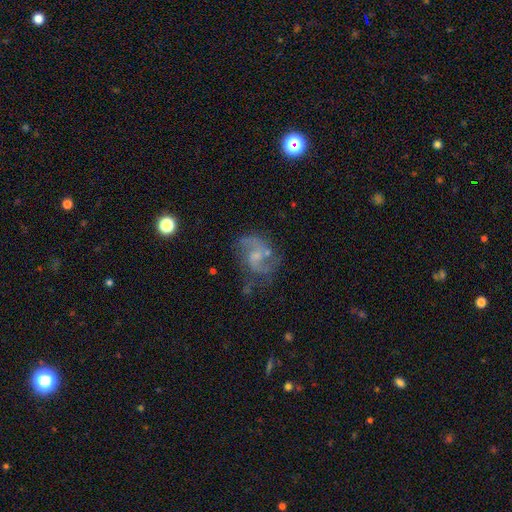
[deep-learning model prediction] This appears to be a featured or disk galaxy (81%) with no bar (46%), 2 (86%) medium (47%) spiral arms (92%) and a small central bulge (48%). Merging: none (62%).